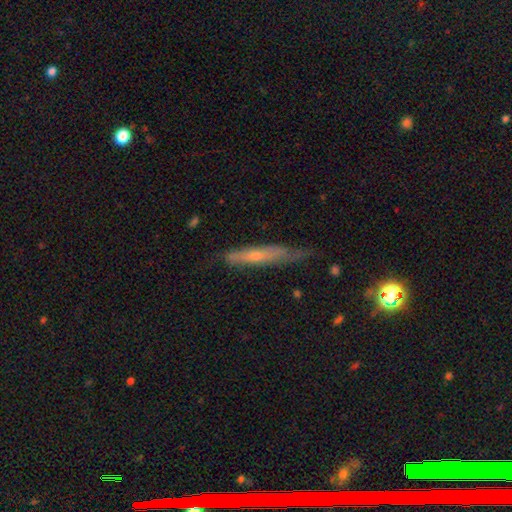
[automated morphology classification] The model was most divided on "smooth or featured": featured or disk: 56%, smooth: 36%, star or artifact: 8%. More confident: edge-on disk — yes (81%); merging — none (65%).